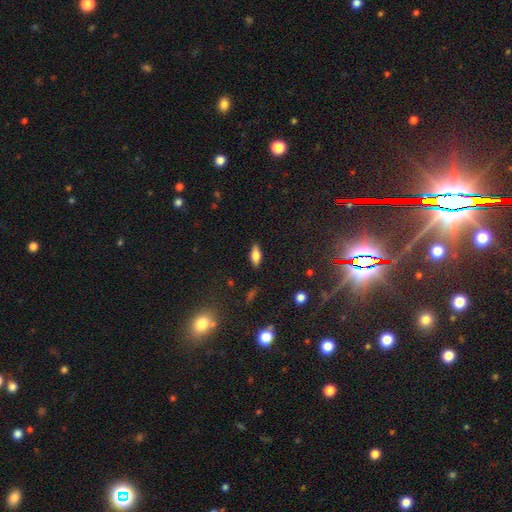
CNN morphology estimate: type=smooth (71%); roundness=in between (79%); merging=none (86%).